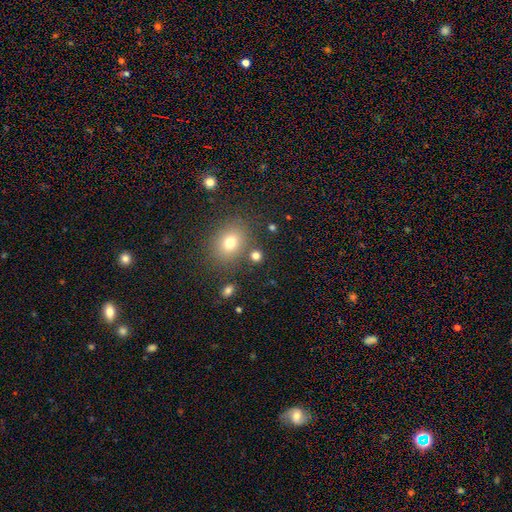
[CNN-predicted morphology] Smooth or featured? Predicted: smooth (p=0.74). How rounded? Predicted: round (p=0.70). Merging? Predicted: none (p=0.76).